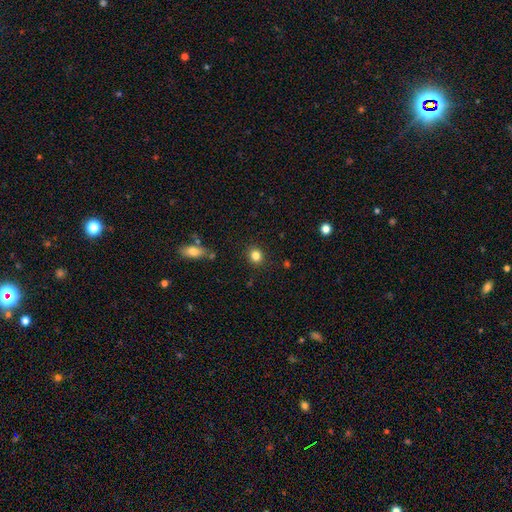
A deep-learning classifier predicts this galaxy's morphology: Overall: smooth (83%). How rounded: round (81%). Merging: none (88%).